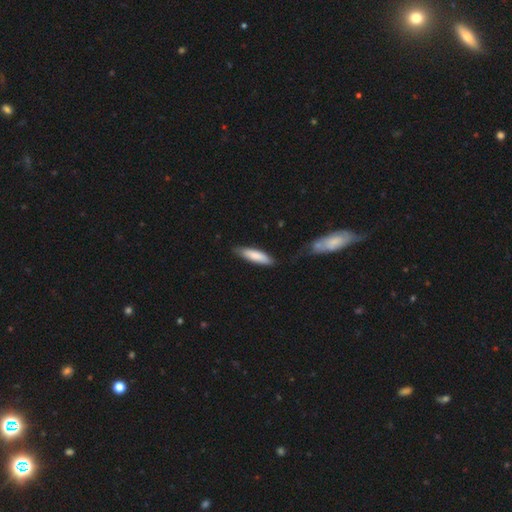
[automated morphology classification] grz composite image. It shows a smooth galaxy with no disk features (81%) that is cigar-shaped (66%). Merging: none (78%).